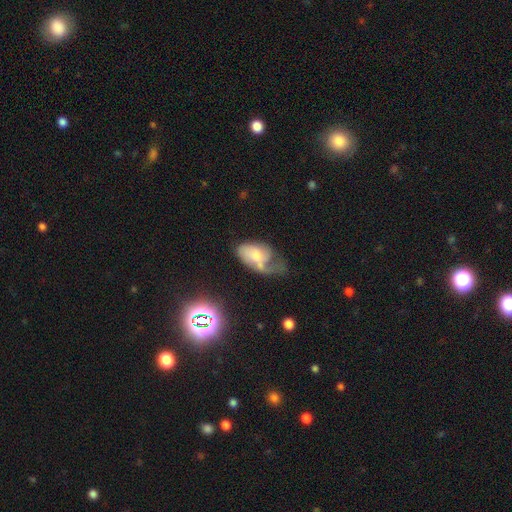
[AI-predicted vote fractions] A smooth galaxy with no disk features (47%). Merging: major disturbance (48%).